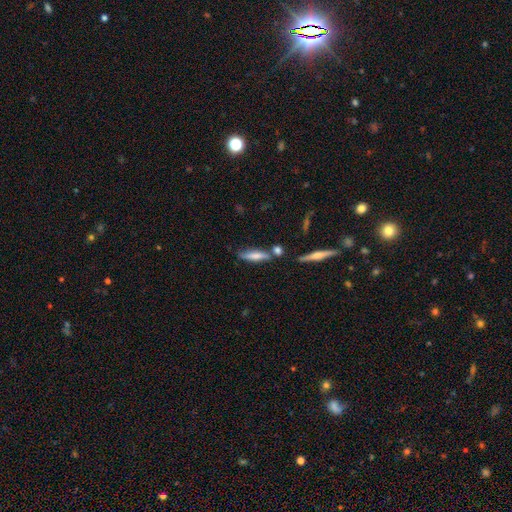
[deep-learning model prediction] smooth 65%, featured or disk 28%, star or artifact 7%. Down the decision tree: how rounded — cigar-shaped (69%); merging — none (65%).